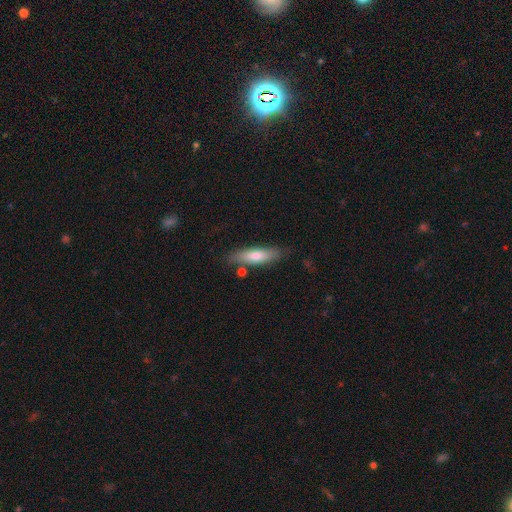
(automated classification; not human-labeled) The model was most divided on "how rounded": cigar-shaped: 67%, in between: 31%, round: 2%. More confident: merging — none (79%); smooth or featured — smooth (67%).